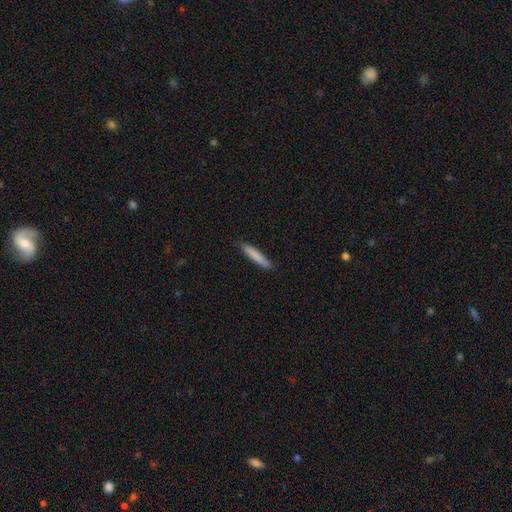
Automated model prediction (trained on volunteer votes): This appears to be a smooth galaxy with no disk features (83%) that is cigar-shaped (93%). Merging: none (88%).